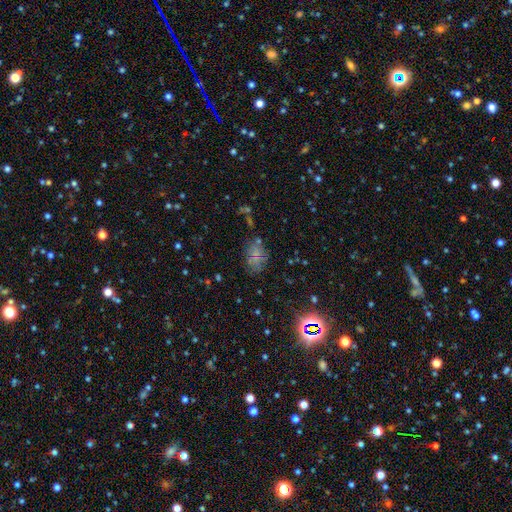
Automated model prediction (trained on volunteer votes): A smooth galaxy with no disk features (58%) that is in between round and cigar-shaped (75%). Merging: none (63%).